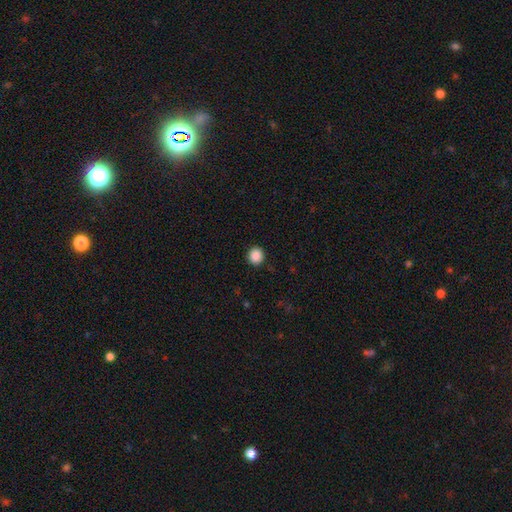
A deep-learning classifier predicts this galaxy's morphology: smooth 88%, star or artifact 9%, featured or disk 2%. Down the decision tree: how rounded — round (88%); merging — none (91%).